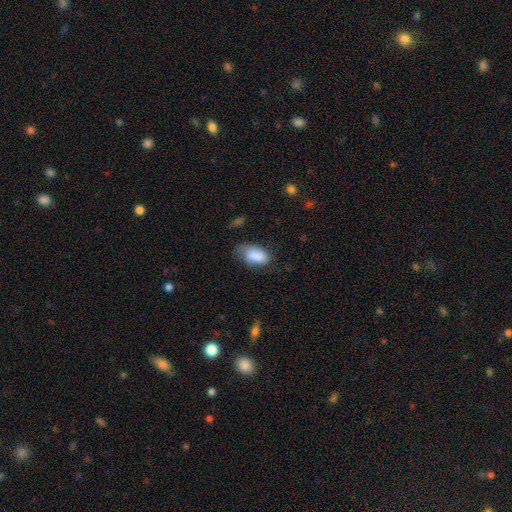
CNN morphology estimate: This appears to be a smooth galaxy with no disk features (84%) that is in between round and cigar-shaped (93%). Merging: none (50%).